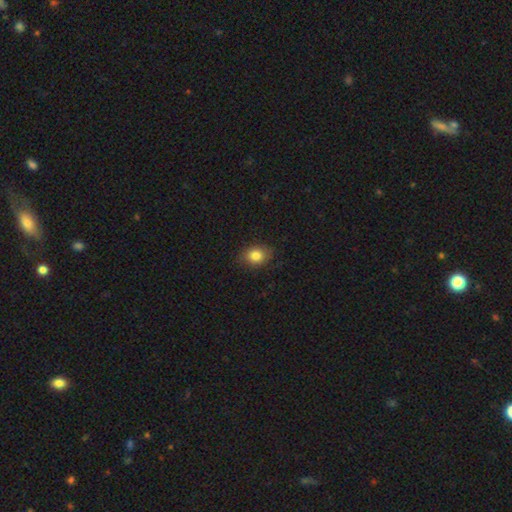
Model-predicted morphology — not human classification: This appears to be a smooth galaxy with no disk features (83%) that is in between round and cigar-shaped (55%). Merging: none (83%).